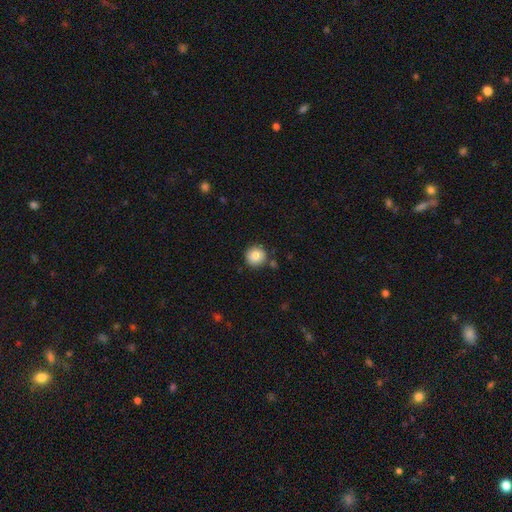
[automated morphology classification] The model was most divided on "merging": none: 83%, minor disturbance: 10%, merger: 5%, major disturbance: 2%. More confident: how rounded — round (94%); smooth or featured — smooth (86%).